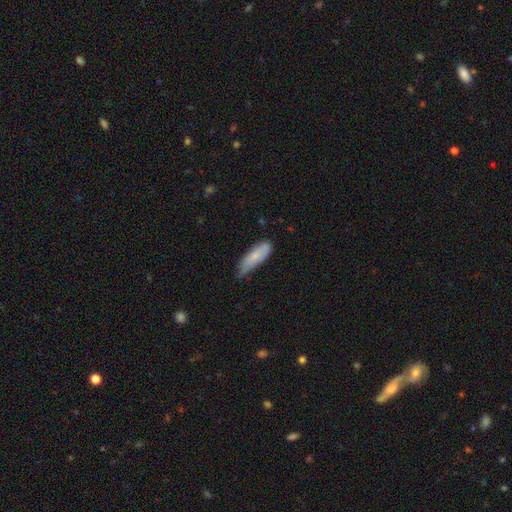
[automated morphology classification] This appears to be a smooth galaxy with no disk features (72%) that is in between round and cigar-shaped (58%). Merging: none (49%).